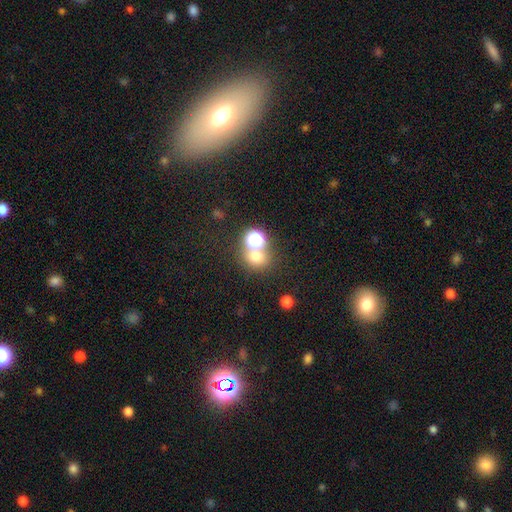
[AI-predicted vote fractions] Overall: smooth (67%). How rounded: round (76%). Merging: none (56%; merger 31%).